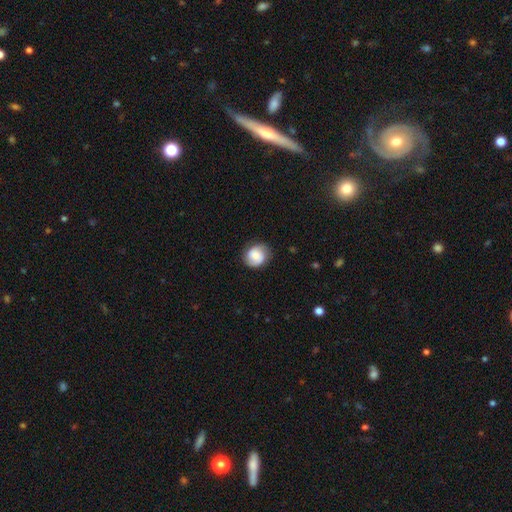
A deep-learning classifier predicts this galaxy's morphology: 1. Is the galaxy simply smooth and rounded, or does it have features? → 63% smooth, 29% featured or disk, 8% star or artifact.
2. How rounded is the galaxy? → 74% round, 25% in between, 1% cigar-shaped.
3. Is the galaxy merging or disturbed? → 78% none, 16% minor disturbance, 4% major disturbance, 1% merger.